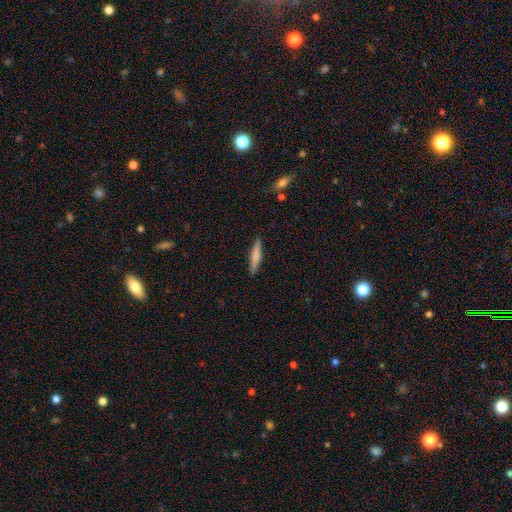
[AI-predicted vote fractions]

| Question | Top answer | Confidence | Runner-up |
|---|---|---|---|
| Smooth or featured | smooth | 72% | featured or disk (22%) |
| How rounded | cigar-shaped | 91% | in between (8%) |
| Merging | none | 89% | minor disturbance (8%) |